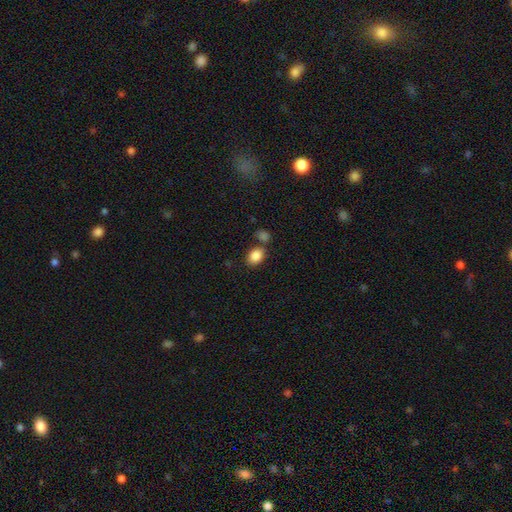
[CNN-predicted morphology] The model was most divided on "how rounded": in between: 71%, round: 28%, cigar-shaped: 1%. More confident: smooth or featured — smooth (86%); merging — none (64%).